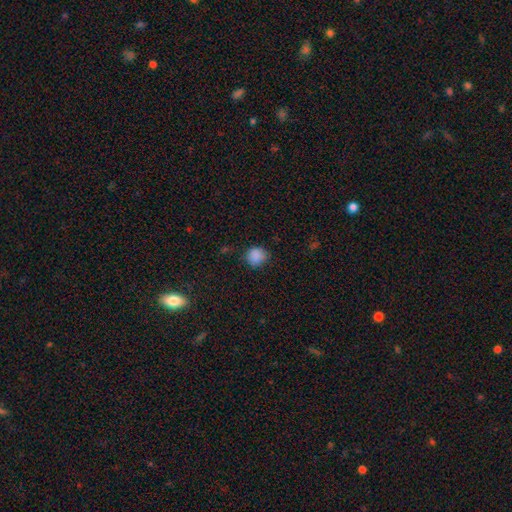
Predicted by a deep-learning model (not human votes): This appears to be a smooth galaxy with no disk features (86%) that is round (83%). Merging: none (73%).